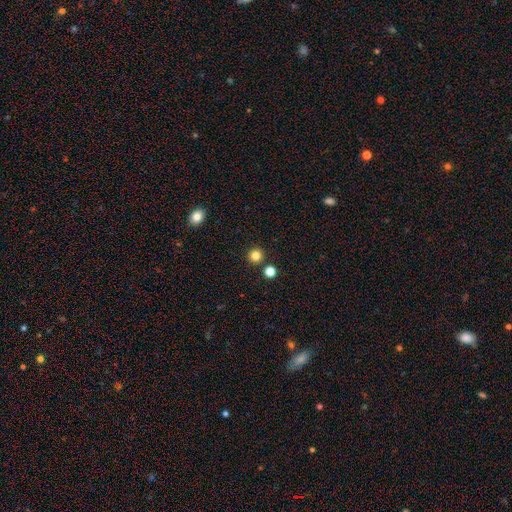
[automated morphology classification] Smooth or featured? Predicted: smooth (p=0.83). How rounded? Predicted: round (p=0.95). Merging? Predicted: none (p=0.90).